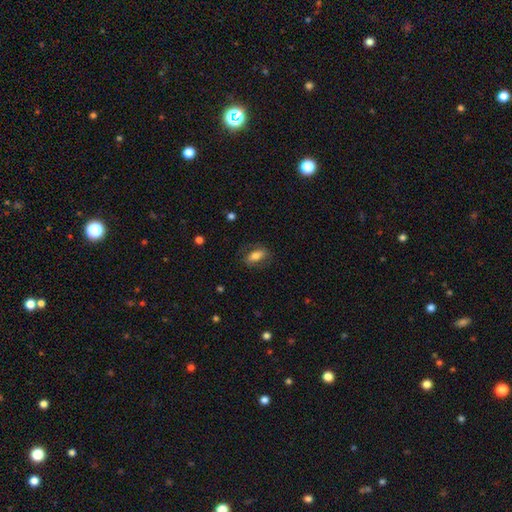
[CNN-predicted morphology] smooth_or_featured: smooth (p=0.70) [alt: featured or disk p=0.22]
how_rounded: in between (p=0.85) [alt: cigar-shaped p=0.09]
merging: none (p=0.73) [alt: minor disturbance p=0.17]